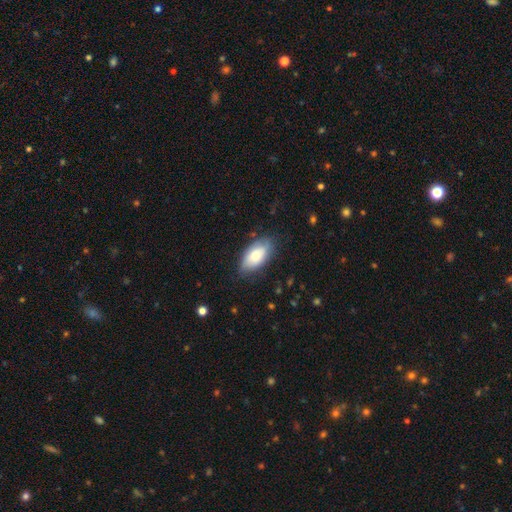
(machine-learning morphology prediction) This is likely a smooth galaxy (77%). How rounded: clearly in between (92%). Merging: likely none (76%).